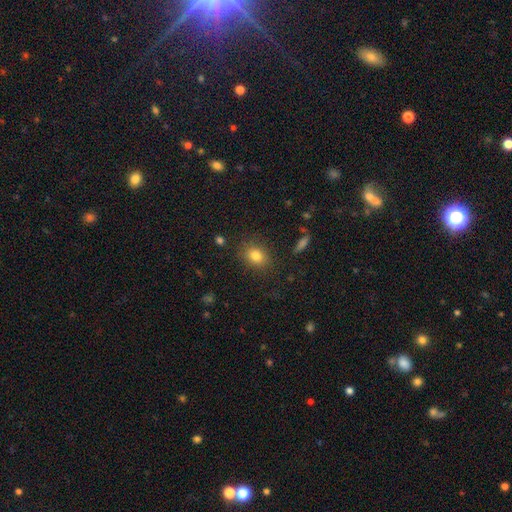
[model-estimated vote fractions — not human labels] Smooth or featured? Predicted: smooth (p=0.81). How rounded? Predicted: in between (p=0.50). Merging? Predicted: none (p=0.84).